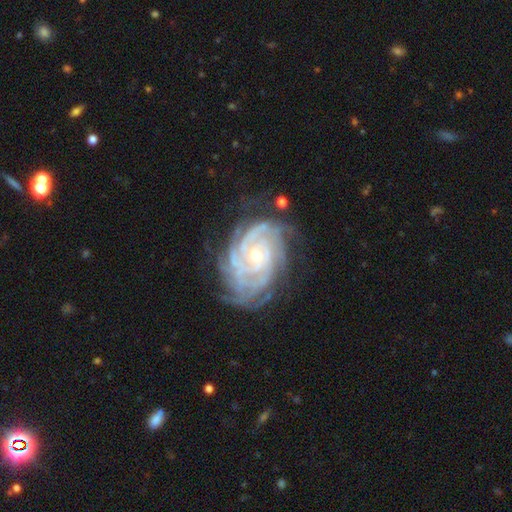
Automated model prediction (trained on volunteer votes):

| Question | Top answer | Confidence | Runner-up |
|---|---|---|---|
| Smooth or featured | featured or disk | 90% | star or artifact (5%) |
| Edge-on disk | no | 97% | yes (3%) |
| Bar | no | 69% | weak (24%) |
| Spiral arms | yes | 98% | no (2%) |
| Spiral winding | tight | 78% | medium (19%) |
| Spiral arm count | can't tell | 28% | 4 (23%) |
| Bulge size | small | 51% | moderate (45%) |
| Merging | none | 67% | minor disturbance (21%) |